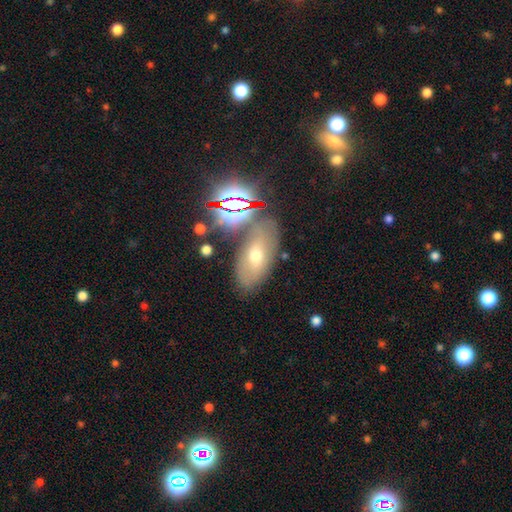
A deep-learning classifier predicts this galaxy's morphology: A smooth galaxy with no disk features (45%). Merging: none (71%).